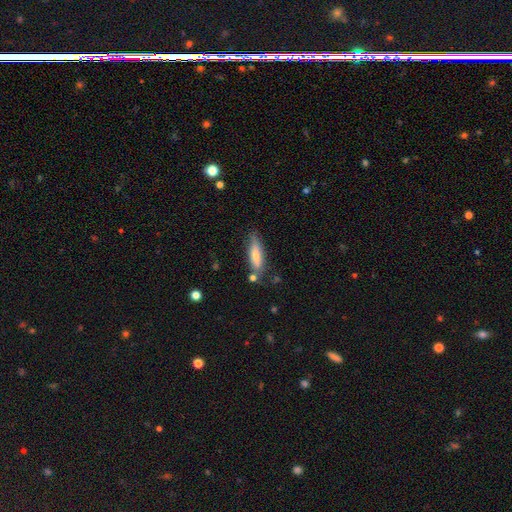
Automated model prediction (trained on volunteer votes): A smooth galaxy with no disk features (66%) that is cigar-shaped (63%). Merging: none (71%).